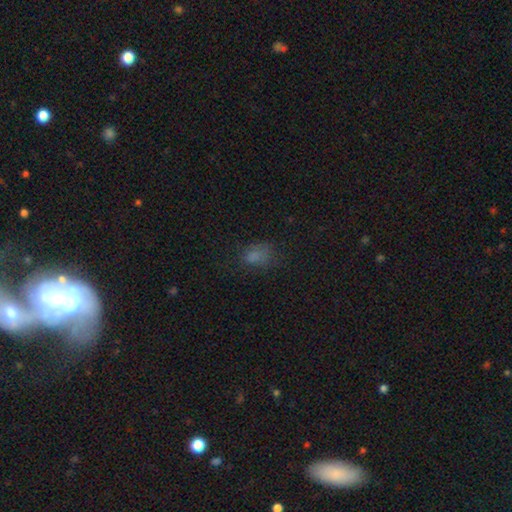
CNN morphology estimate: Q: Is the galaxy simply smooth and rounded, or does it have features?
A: smooth — 69%.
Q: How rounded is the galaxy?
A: in between — 74%.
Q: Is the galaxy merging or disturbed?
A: none — 54%.